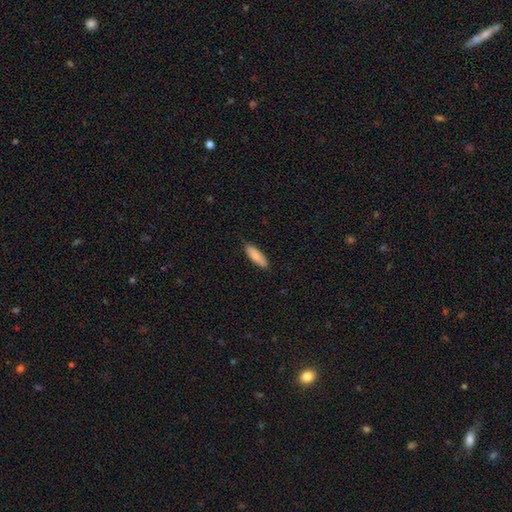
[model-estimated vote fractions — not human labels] Smooth or featured: smooth — 85% (featured or disk — 10%)
How rounded: cigar-shaped — 52% (in between — 47%)
Merging: none — 85% (minor disturbance — 12%)